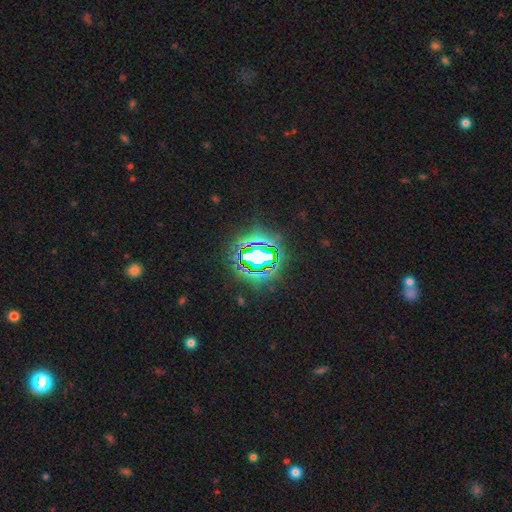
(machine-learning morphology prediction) smooth-or-featured: star or artifact: 78% | smooth: 12% | featured or disk: 11%